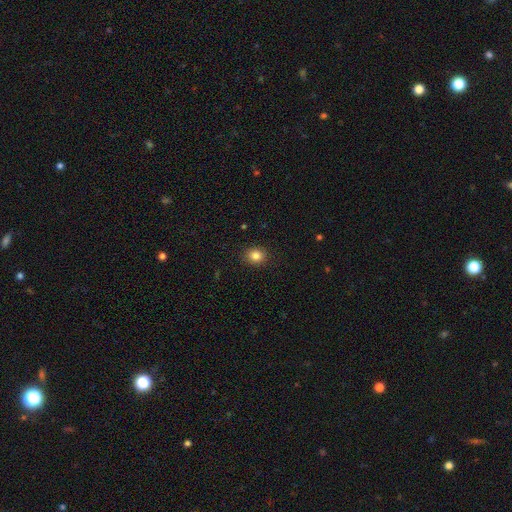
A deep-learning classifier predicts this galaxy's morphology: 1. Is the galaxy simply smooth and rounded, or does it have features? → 85% smooth, 11% star or artifact, 5% featured or disk.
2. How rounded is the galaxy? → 71% round, 28% in between, 1% cigar-shaped.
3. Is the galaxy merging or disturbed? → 90% none, 7% minor disturbance, 2% major disturbance, 1% merger.